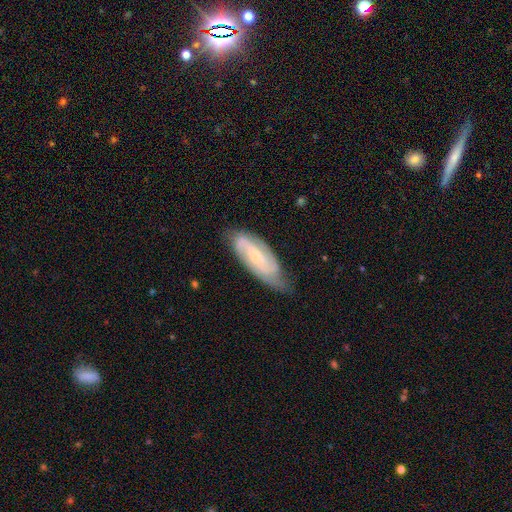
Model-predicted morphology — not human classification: Q: Smooth or featured?
A: featured or disk (78%); runner-up: smooth (17%)
Q: Edge-on disk?
A: no (91%); runner-up: yes (9%)
Q: Bar?
A: no (46%); runner-up: weak (38%)
Q: Spiral arms?
A: yes (95%); runner-up: no (5%)
Q: Spiral winding?
A: tight (45%); runner-up: medium (41%)
Q: Spiral arm count?
A: 2 (63%); runner-up: can't tell (16%)
Q: Bulge size?
A: small (64%); runner-up: moderate (30%)
Q: Merging?
A: none (67%); runner-up: minor disturbance (26%)